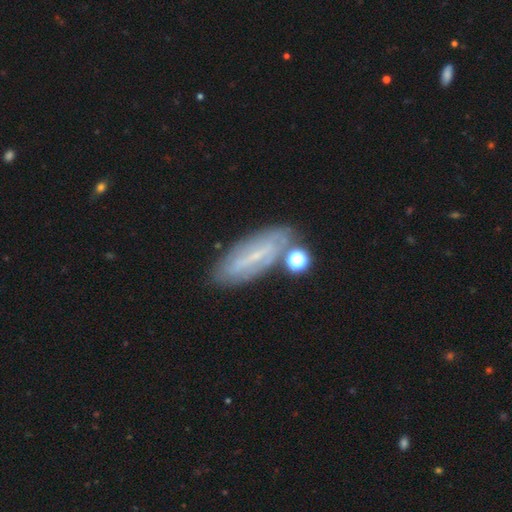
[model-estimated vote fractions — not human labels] Smooth or featured: featured or disk — 60% (smooth — 30%)
Edge-on disk: no — 74% (yes — 26%)
Merging: none — 69% (minor disturbance — 17%)